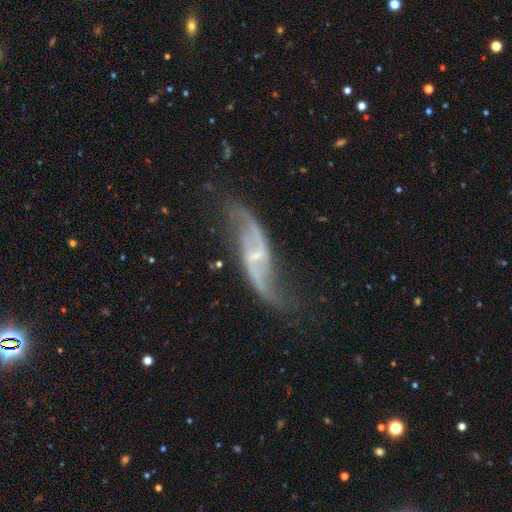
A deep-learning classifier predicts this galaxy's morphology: Smooth or featured?
  - featured or disk: 90% *
  - star or artifact: 6%
  - smooth: 5%
Edge-on disk?
  - no: 92% *
  - yes: 8%
Bar?
  - weak: 46% *
  - no: 28%
  - strong: 26%
Spiral arms?
  - yes: 95% *
  - no: 5%
Spiral winding?
  - loose: 84% *
  - medium: 12%
  - tight: 4%
Spiral arm count?
  - 2: 93% *
  - can't tell: 2%
  - 1: 2%
  - 3: 1%
  - 4: 1%
  - more than 4: 1%
Bulge size?
  - small: 70% *
  - none: 14%
  - moderate: 13%
  - large: 1%
  - dominant: 1%
Merging?
  - none: 70% *
  - minor disturbance: 17%
  - major disturbance: 10%
  - merger: 3%